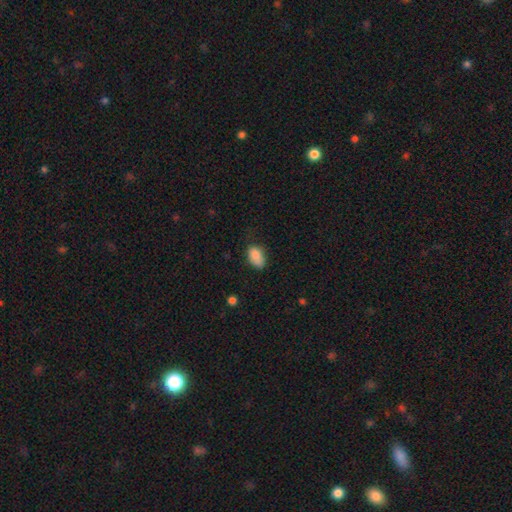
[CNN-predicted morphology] Q: Smooth or featured?
A: smooth (86%); runner-up: star or artifact (8%)
Q: How rounded?
A: in between (89%); runner-up: round (9%)
Q: Merging?
A: none (58%); runner-up: minor disturbance (32%)